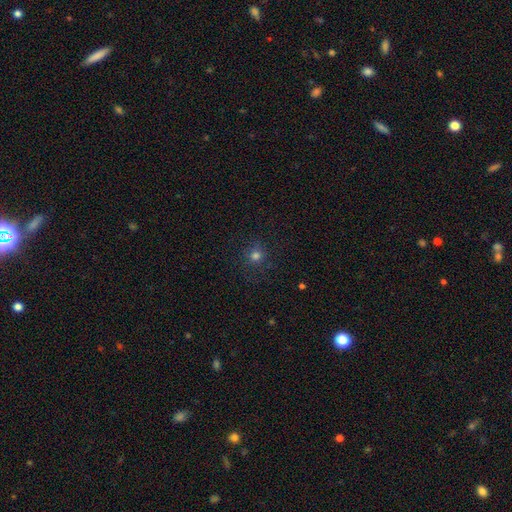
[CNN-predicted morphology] Smooth or featured? Predicted: smooth (p=0.74). How rounded? Predicted: round (p=0.90). Merging? Predicted: none (p=0.85).